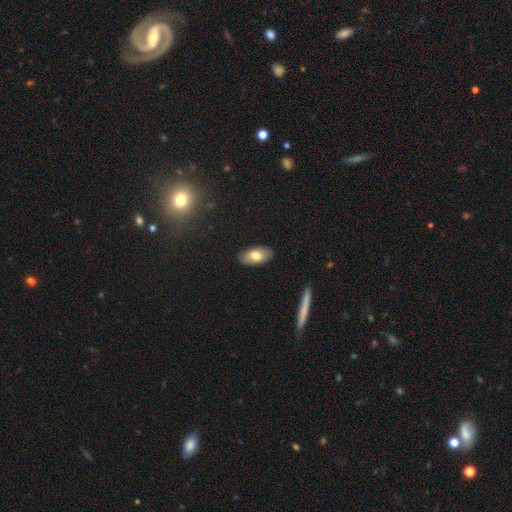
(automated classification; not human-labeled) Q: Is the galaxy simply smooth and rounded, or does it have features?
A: smooth — 77%.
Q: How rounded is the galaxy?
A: in between — 92%.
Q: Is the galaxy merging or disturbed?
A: none — 88%.